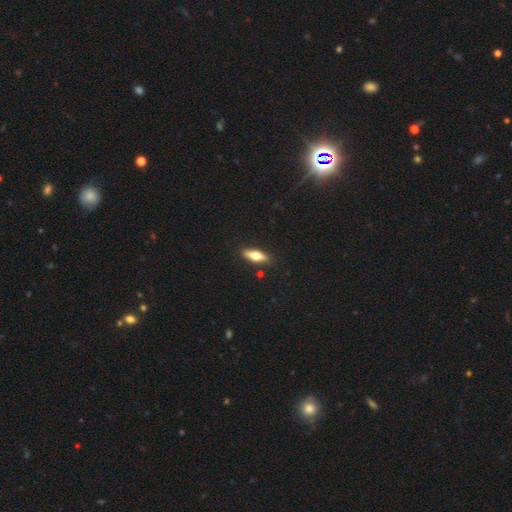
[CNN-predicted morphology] A smooth galaxy with no disk features (60%) that is in between round and cigar-shaped (49%).

Vote fractions:
- Smooth or featured? smooth: 60% / featured or disk: 34% / star or artifact: 6%
- How rounded? in between: 49% / cigar-shaped: 48% / round: 3%
- Merging? none: 86% / minor disturbance: 10% / merger: 2% / major disturbance: 2%